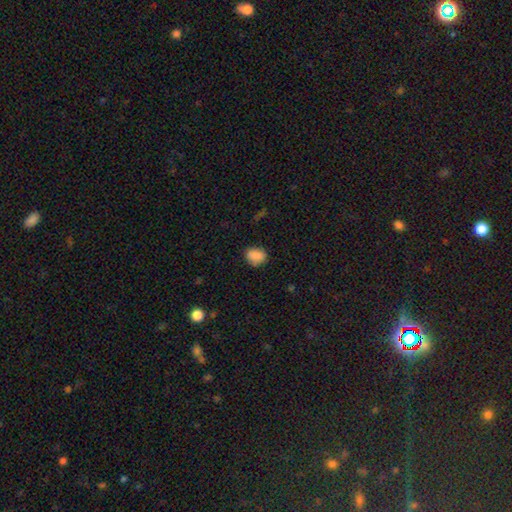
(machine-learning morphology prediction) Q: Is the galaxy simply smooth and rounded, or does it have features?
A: smooth — 88%.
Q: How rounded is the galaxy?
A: in between — 62%.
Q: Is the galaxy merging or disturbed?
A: none — 80%.